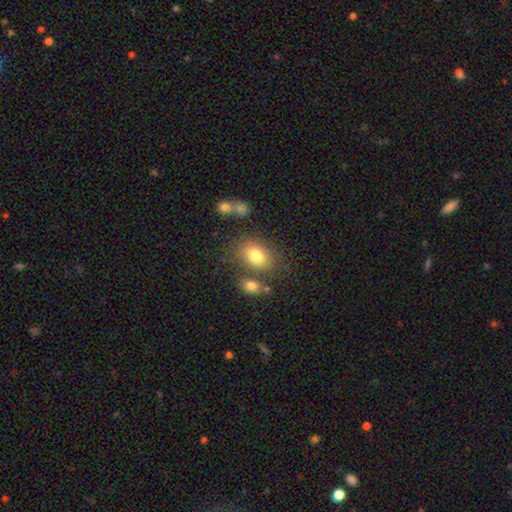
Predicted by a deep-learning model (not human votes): This is likely a smooth galaxy (79%). How rounded: likely in between (73%). Merging: likely none (67%).